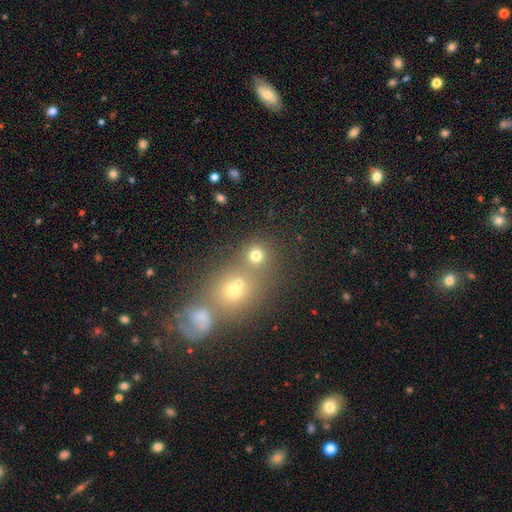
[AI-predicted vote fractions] The model was most divided on "merging": none: 57%, merger: 33%, minor disturbance: 7%, major disturbance: 4%. More confident: how rounded — round (86%); smooth or featured — smooth (73%).